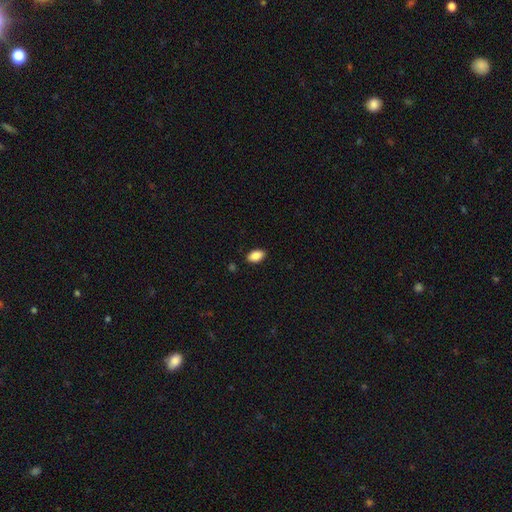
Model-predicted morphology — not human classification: smooth_or_featured: smooth (p=0.89) [alt: star or artifact p=0.08]
how_rounded: in between (p=0.93) [alt: round p=0.05]
merging: none (p=0.87) [alt: minor disturbance p=0.10]